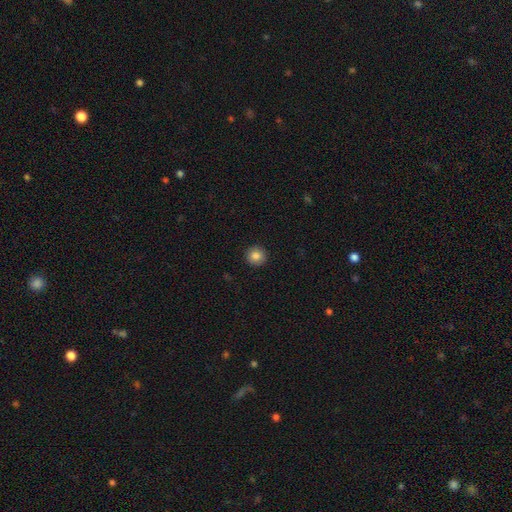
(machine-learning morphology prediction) A smooth galaxy with no disk features (84%) that is round (94%).

Vote fractions:
- Smooth or featured? smooth: 84% / star or artifact: 10% / featured or disk: 6%
- How rounded? round: 94% / in between: 5% / cigar-shaped: 1%
- Merging? none: 93% / minor disturbance: 5% / major disturbance: 1% / merger: 1%